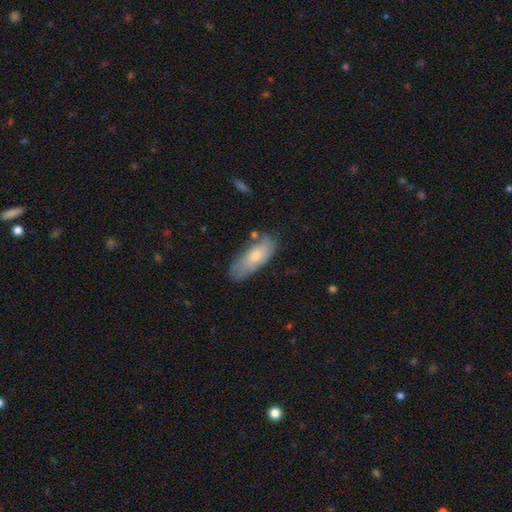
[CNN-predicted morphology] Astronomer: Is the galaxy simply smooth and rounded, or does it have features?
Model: smooth — 69%.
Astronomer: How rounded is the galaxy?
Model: in between — 74%.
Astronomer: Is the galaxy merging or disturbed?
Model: none — 63%.